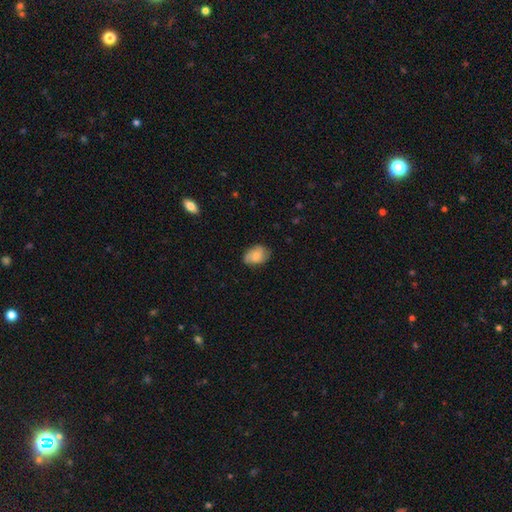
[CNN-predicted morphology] This is likely a smooth galaxy (68%). How rounded: likely in between (79%). Merging: likely none (68%).